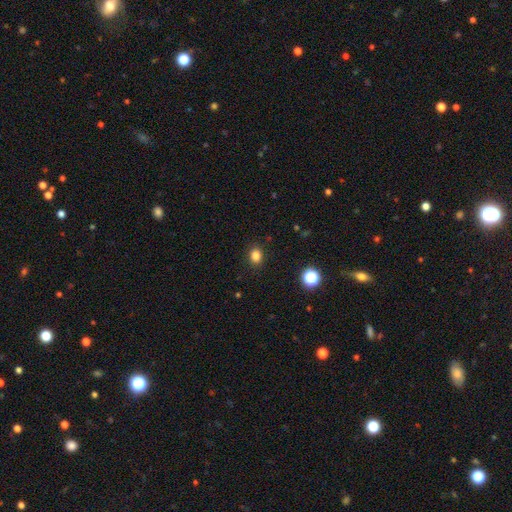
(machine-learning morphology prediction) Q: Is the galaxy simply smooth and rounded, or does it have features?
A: smooth — 83%.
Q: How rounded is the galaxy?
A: round — 52%.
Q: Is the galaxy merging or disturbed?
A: none — 89%.